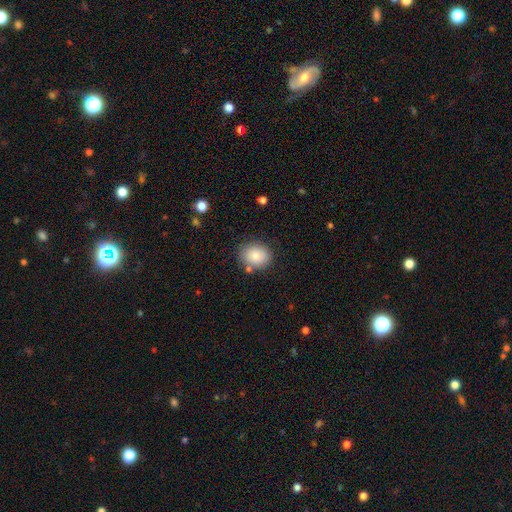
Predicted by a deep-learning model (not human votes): Overall: smooth (83%). How rounded: round (60%; in between 39%). Merging: none (79%).